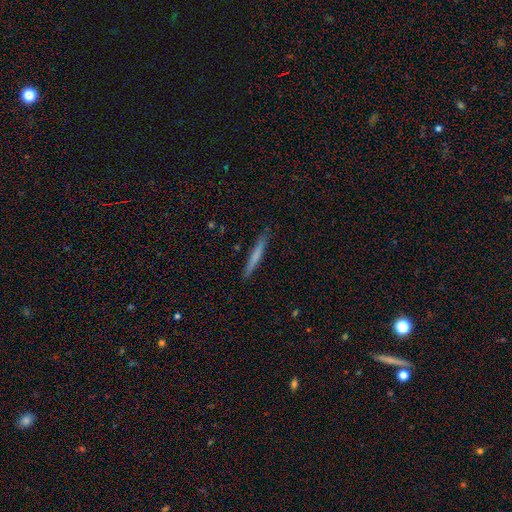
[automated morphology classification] smooth-or-featured: smooth: 66% | featured or disk: 28% | star or artifact: 6%
  how-rounded: cigar-shaped: 96% | in between: 3% | round: 1%
  merging: none: 89% | minor disturbance: 9% | major disturbance: 2% | merger: 1%